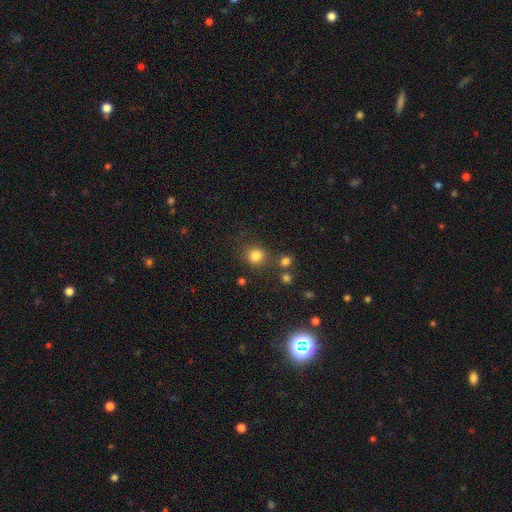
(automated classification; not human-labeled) This appears to be a smooth galaxy with no disk features (81%) that is round (83%). Merging: none (71%).